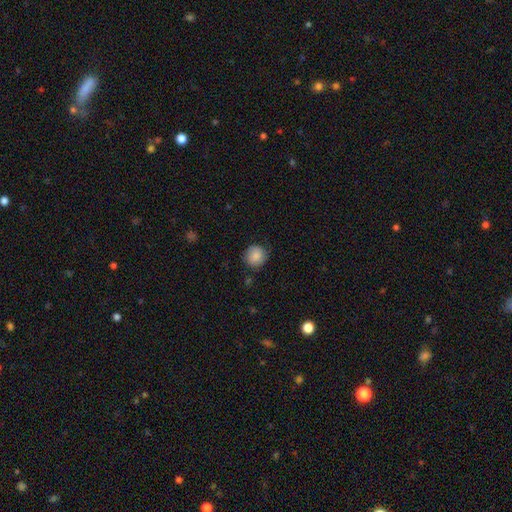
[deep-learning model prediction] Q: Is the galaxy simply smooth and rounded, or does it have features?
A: smooth — 85%.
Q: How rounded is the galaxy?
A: round — 87%.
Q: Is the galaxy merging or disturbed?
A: none — 77%.